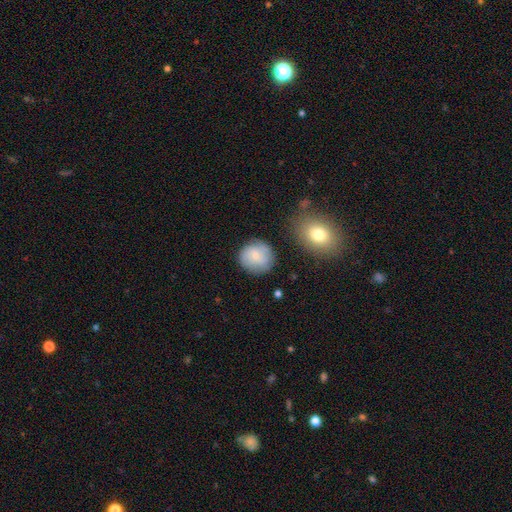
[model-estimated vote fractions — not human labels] Smooth or featured? smooth (72%)
How rounded? round (90%)
Merging? none (76%)